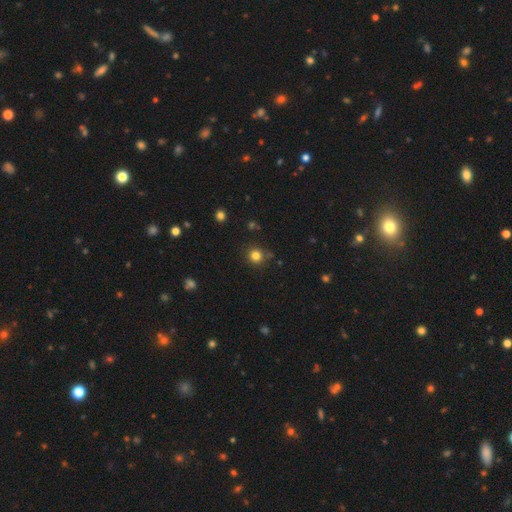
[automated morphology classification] Q: Smooth or featured?
A: smooth (80%); runner-up: star or artifact (14%)
Q: How rounded?
A: round (93%); runner-up: in between (6%)
Q: Merging?
A: none (83%); runner-up: minor disturbance (10%)